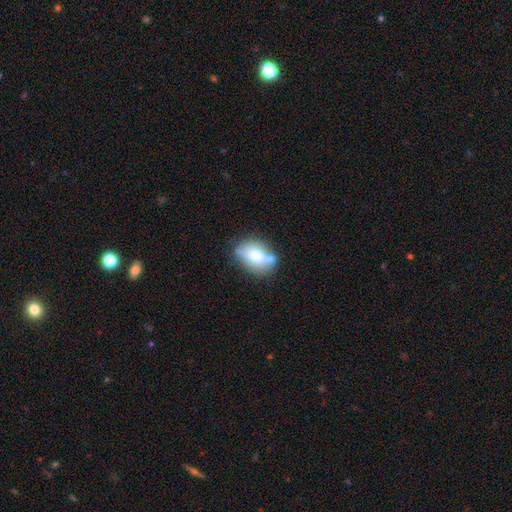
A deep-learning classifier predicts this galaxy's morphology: A smooth galaxy with no disk features (69%) that is in between round and cigar-shaped (76%). Merging: none (52%).